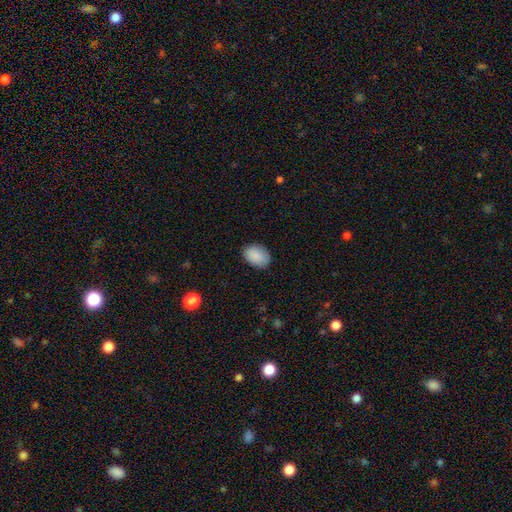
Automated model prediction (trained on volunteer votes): Morphology: type=smooth (89%); roundness=in between (78%); merging=none (86%).